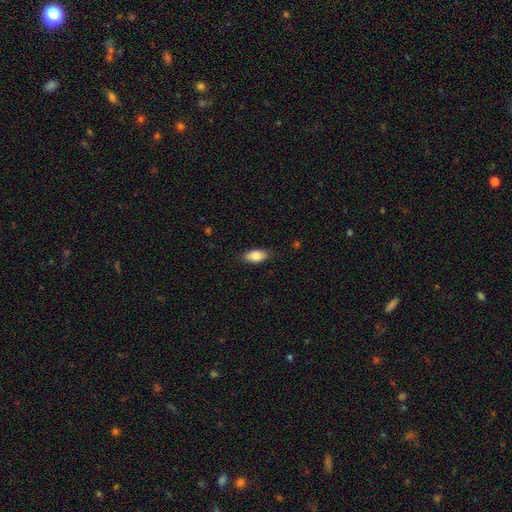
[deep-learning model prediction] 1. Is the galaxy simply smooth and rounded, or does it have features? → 85% smooth, 9% featured or disk, 7% star or artifact.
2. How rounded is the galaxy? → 90% in between, 6% cigar-shaped, 4% round.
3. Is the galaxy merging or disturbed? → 85% none, 12% minor disturbance, 2% major disturbance, 1% merger.